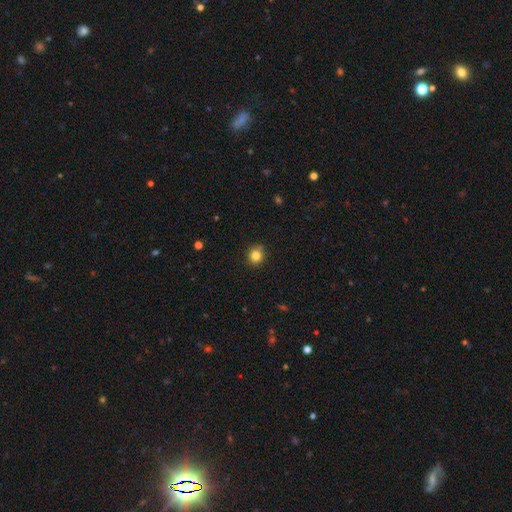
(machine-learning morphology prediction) A smooth galaxy with no disk features (82%) that is round (86%).

Vote fractions:
- Smooth or featured? smooth: 82% / star or artifact: 12% / featured or disk: 6%
- How rounded? round: 86% / in between: 13% / cigar-shaped: 1%
- Merging? none: 84% / minor disturbance: 12% / merger: 2% / major disturbance: 2%